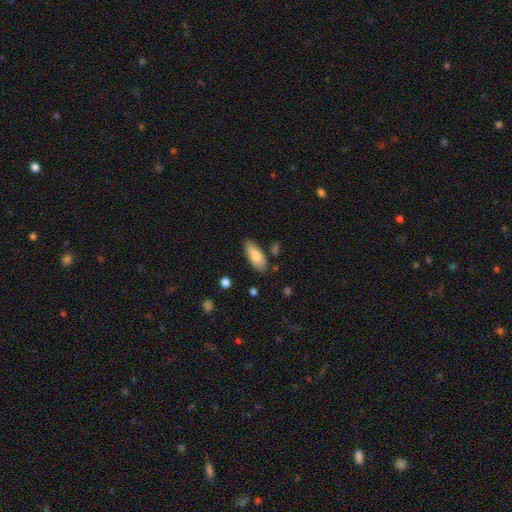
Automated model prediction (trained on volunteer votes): This is likely a smooth galaxy (79%). How rounded: clearly in between (83%). Merging: likely none (80%).